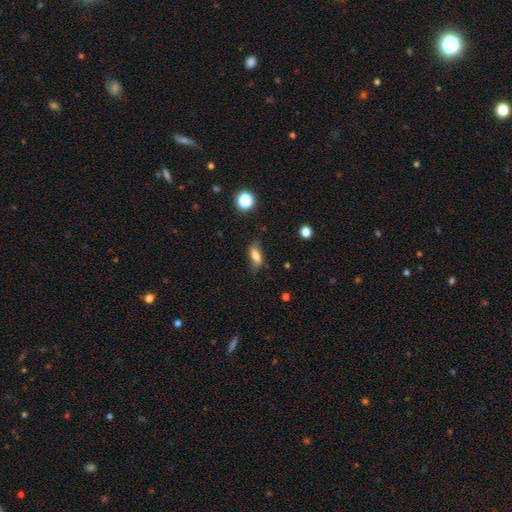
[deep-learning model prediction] The model was most divided on "merging": none: 65%, minor disturbance: 24%, major disturbance: 8%, merger: 2%. More confident: how rounded — in between (73%); smooth or featured — smooth (69%).